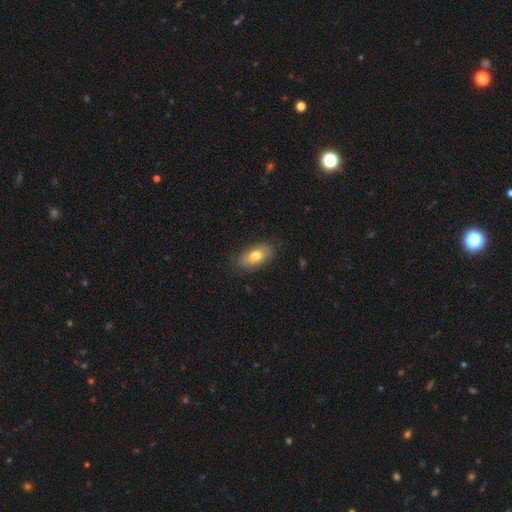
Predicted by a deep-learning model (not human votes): smooth-or-featured: smooth: 75% | featured or disk: 18% | star or artifact: 7%
  how-rounded: in between: 89% | cigar-shaped: 6% | round: 5%
  merging: none: 81% | minor disturbance: 14% | major disturbance: 3% | merger: 1%